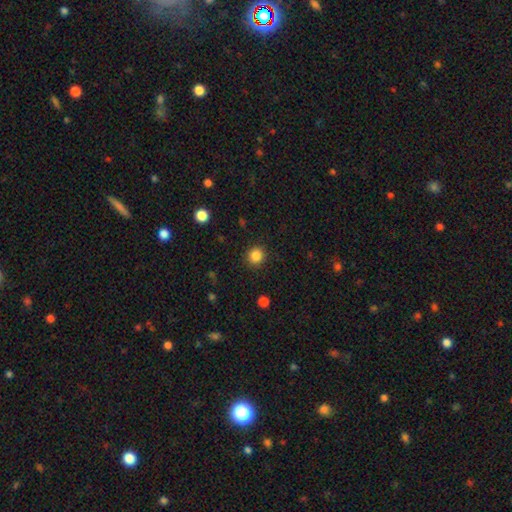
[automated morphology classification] The model was most divided on "smooth or featured": smooth: 85%, star or artifact: 11%, featured or disk: 4%. More confident: merging — none (90%); how rounded — round (90%).